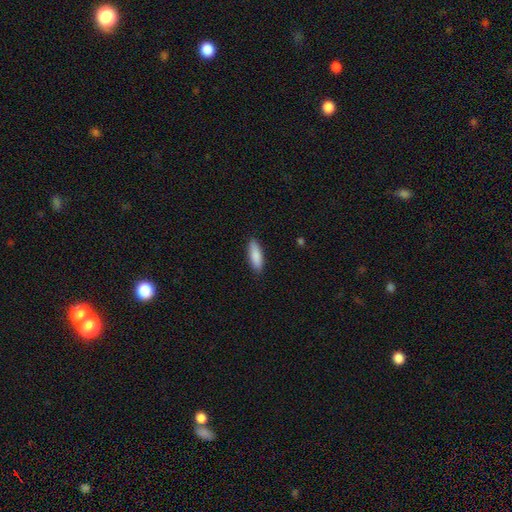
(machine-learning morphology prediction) A smooth galaxy with no disk features (87%) that is in between round and cigar-shaped (52%).

Vote fractions:
- Smooth or featured? smooth: 87% / featured or disk: 8% / star or artifact: 6%
- How rounded? in between: 52% / cigar-shaped: 46% / round: 2%
- Merging? none: 88% / minor disturbance: 9% / major disturbance: 2% / merger: 1%